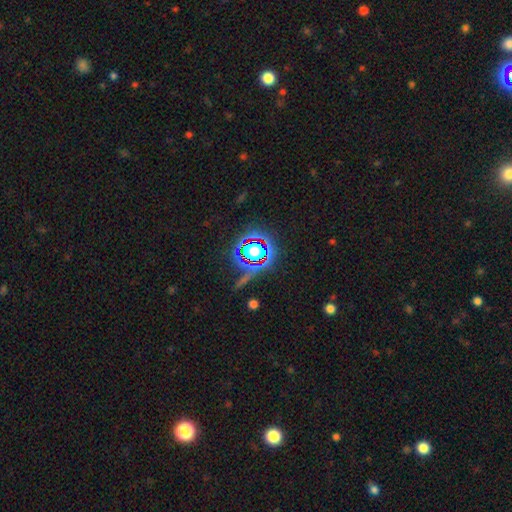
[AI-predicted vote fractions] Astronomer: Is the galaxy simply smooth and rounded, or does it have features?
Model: star or artifact — 78%.